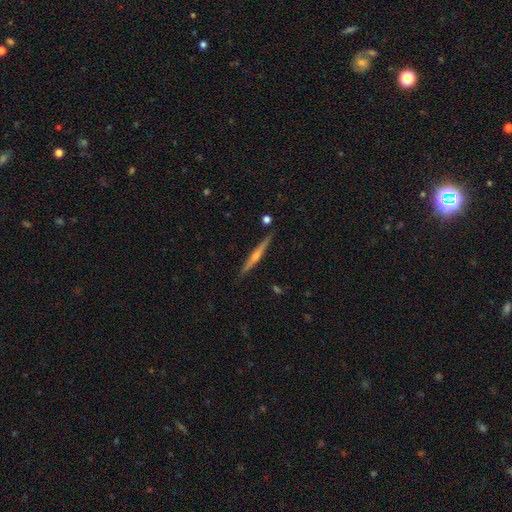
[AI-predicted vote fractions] The model was most divided on "smooth or featured": featured or disk: 74%, smooth: 20%, star or artifact: 6%. More confident: edge-on disk — yes (98%); merging — none (90%); edge-on bulge — rounded (81%).